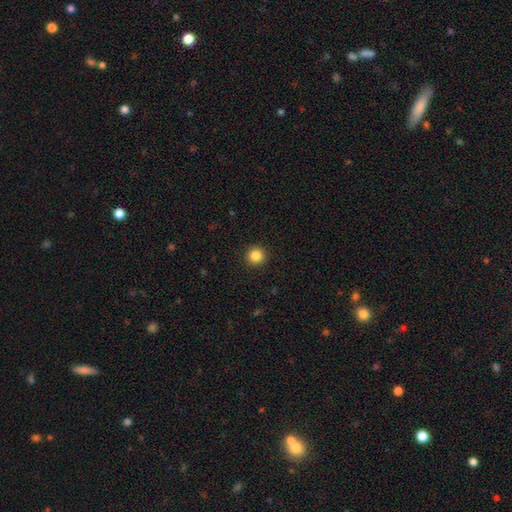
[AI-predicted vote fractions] The model was most divided on "smooth or featured": smooth: 85%, star or artifact: 11%, featured or disk: 4%. More confident: how rounded — round (95%); merging — none (93%).